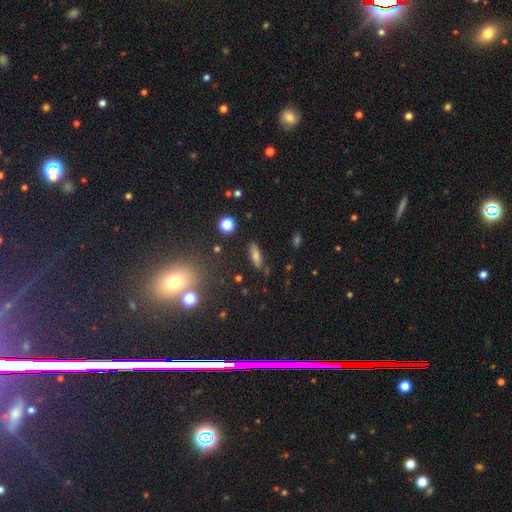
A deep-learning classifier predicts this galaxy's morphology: A smooth galaxy with no disk features (66%) that is in between round and cigar-shaped (52%).

Vote fractions:
- Smooth or featured? smooth: 66% / featured or disk: 21% / star or artifact: 13%
- How rounded? in between: 52% / cigar-shaped: 43% / round: 5%
- Merging? none: 80% / minor disturbance: 13% / major disturbance: 3% / merger: 3%